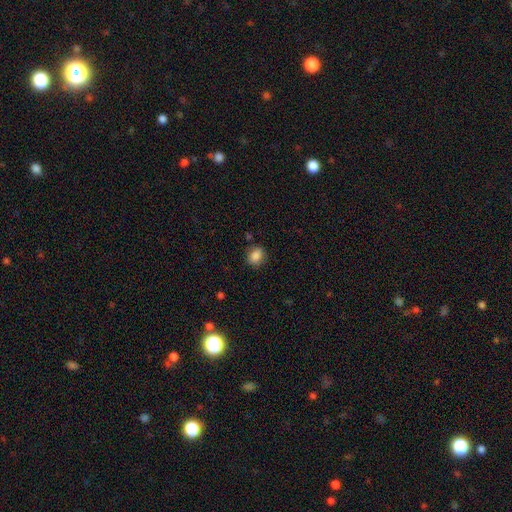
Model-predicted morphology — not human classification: This appears to be a smooth galaxy with no disk features (86%) that is round (54%). Merging: none (84%).